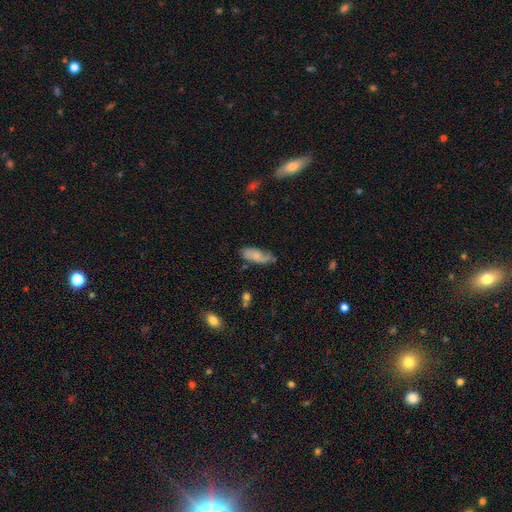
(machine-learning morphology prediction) Q: Smooth or featured?
A: smooth (66%); runner-up: featured or disk (26%)
Q: How rounded?
A: in between (75%); runner-up: cigar-shaped (22%)
Q: Merging?
A: none (55%); runner-up: minor disturbance (31%)